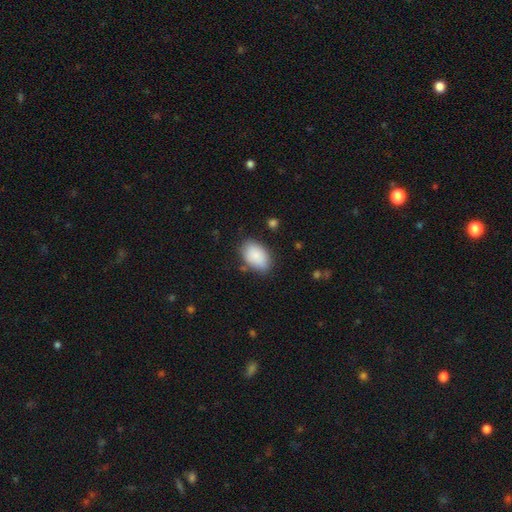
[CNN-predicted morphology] smooth-or-featured: smooth: 88% | star or artifact: 6% | featured or disk: 6%
  how-rounded: in between: 91% | round: 8% | cigar-shaped: 1%
  merging: none: 78% | minor disturbance: 15% | major disturbance: 4% | merger: 3%